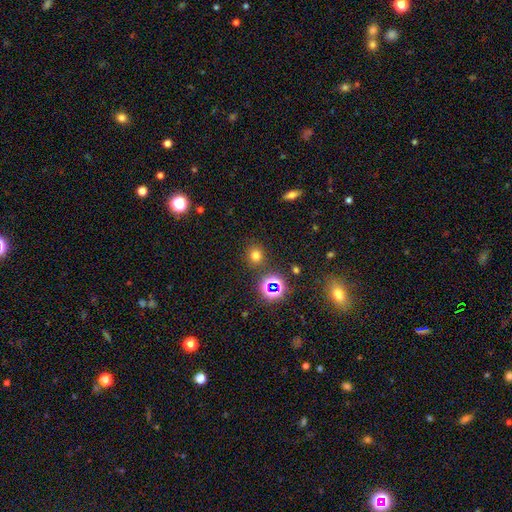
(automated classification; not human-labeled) Q: Smooth or featured?
A: smooth (69%); runner-up: star or artifact (24%)
Q: How rounded?
A: round (85%); runner-up: in between (14%)
Q: Merging?
A: none (86%); runner-up: minor disturbance (7%)